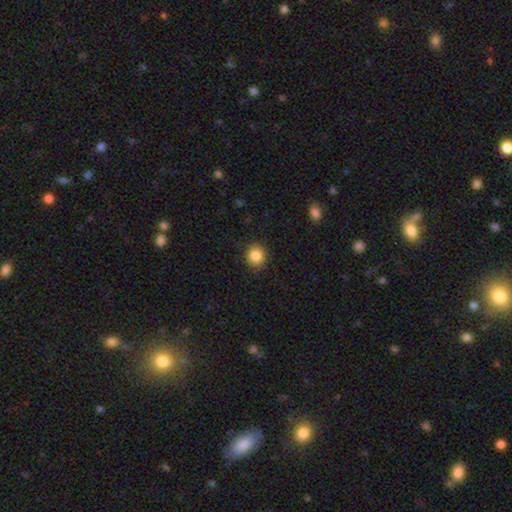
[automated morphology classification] smooth-or-featured: smooth: 86% | star or artifact: 9% | featured or disk: 4%
  how-rounded: round: 83% | in between: 16% | cigar-shaped: 1%
  merging: none: 89% | minor disturbance: 8% | major disturbance: 2% | merger: 1%